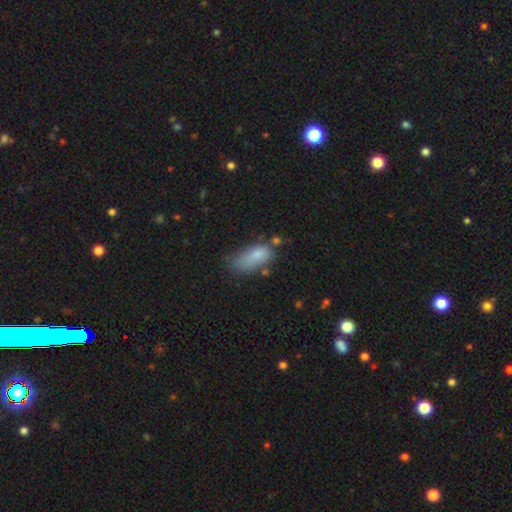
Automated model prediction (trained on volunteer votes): Smooth or featured?
  - smooth: 80% *
  - featured or disk: 11%
  - star or artifact: 9%
How rounded?
  - in between: 83% *
  - cigar-shaped: 13%
  - round: 4%
Merging?
  - none: 43% *
  - minor disturbance: 32%
  - major disturbance: 16%
  - merger: 9%